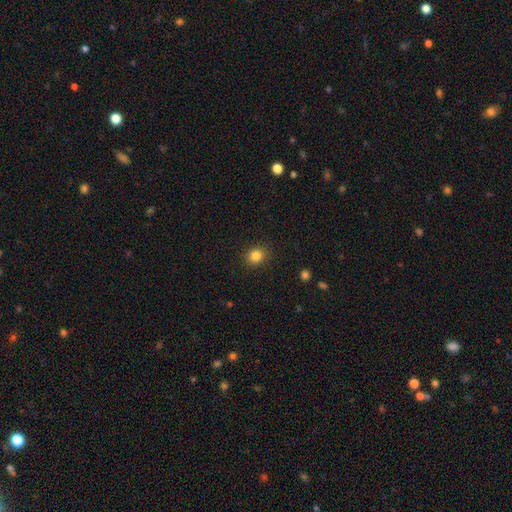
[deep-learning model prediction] smooth_or_featured: smooth (p=0.84) [alt: star or artifact p=0.12]
how_rounded: round (p=0.77) [alt: in between p=0.22]
merging: none (p=0.89) [alt: minor disturbance p=0.07]